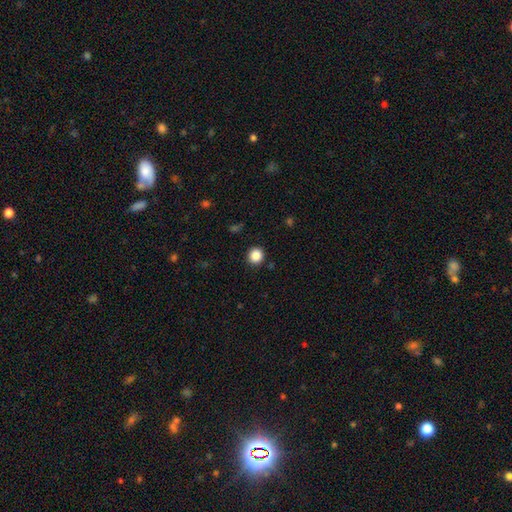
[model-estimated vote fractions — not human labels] smooth 86%, star or artifact 10%, featured or disk 3%. Down the decision tree: how rounded — round (91%); merging — none (91%).